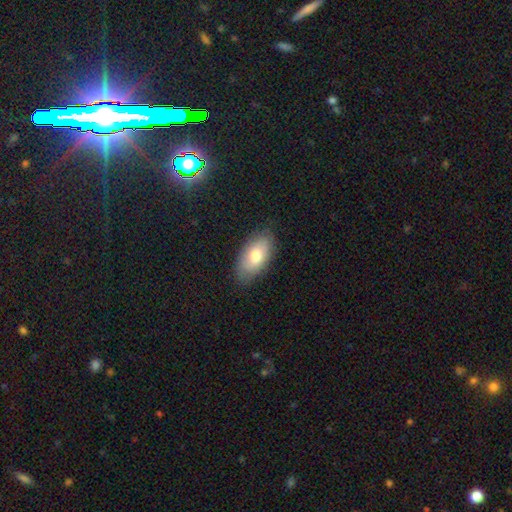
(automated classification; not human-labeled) A smooth galaxy with no disk features (73%) that is in between round and cigar-shaped (93%).

Vote fractions:
- Smooth or featured? smooth: 73% / featured or disk: 21% / star or artifact: 6%
- How rounded? in between: 93% / cigar-shaped: 4% / round: 3%
- Merging? none: 83% / minor disturbance: 14% / major disturbance: 3% / merger: 1%